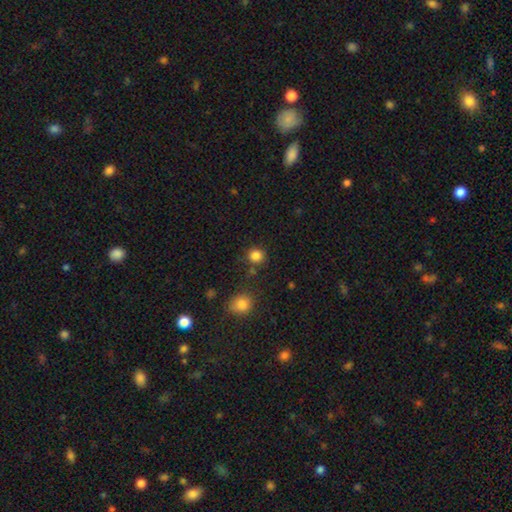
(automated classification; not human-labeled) Smooth or featured? Predicted: smooth (p=0.84). How rounded? Predicted: round (p=0.89). Merging? Predicted: none (p=0.82).